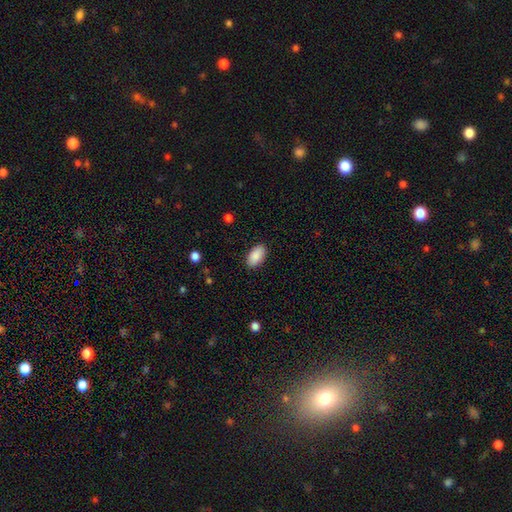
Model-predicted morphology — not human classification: type=smooth (90%); roundness=in between (95%); merging=none (89%).